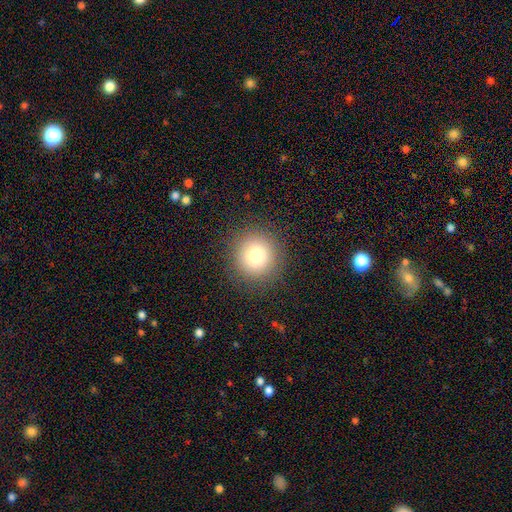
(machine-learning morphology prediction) Smooth or featured: smooth — 79% (star or artifact — 12%)
How rounded: round — 93% (in between — 6%)
Merging: none — 90% (minor disturbance — 6%)